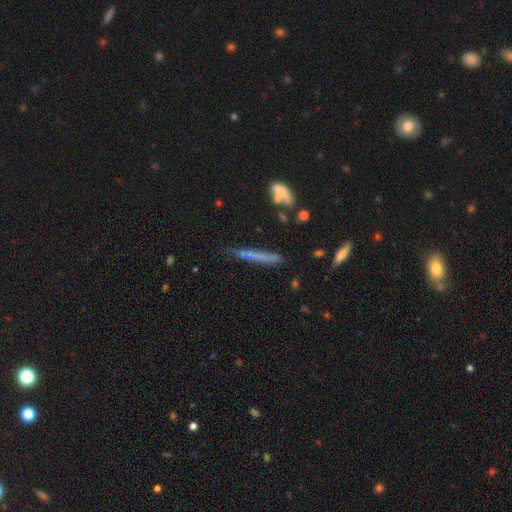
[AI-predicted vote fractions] Q: Smooth or featured?
A: smooth (56%); runner-up: featured or disk (34%)
Q: How rounded?
A: cigar-shaped (94%); runner-up: in between (4%)
Q: Merging?
A: none (72%); runner-up: minor disturbance (19%)